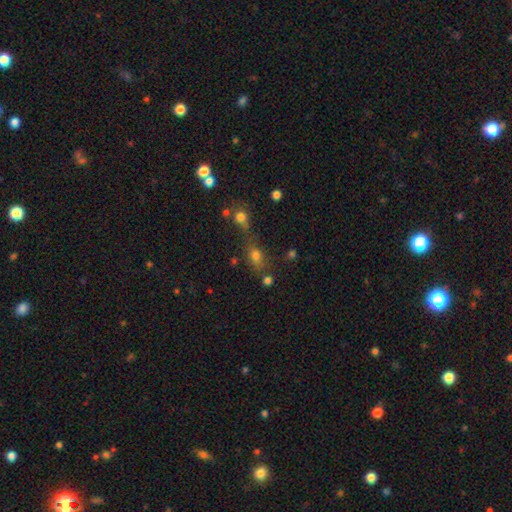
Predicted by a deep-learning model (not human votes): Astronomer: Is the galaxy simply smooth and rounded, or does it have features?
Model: smooth — 71%.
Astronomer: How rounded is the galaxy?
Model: in between — 59% (runner-up: round, 35%).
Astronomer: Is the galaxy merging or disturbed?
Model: none — 48% (runner-up: merger, 30%).